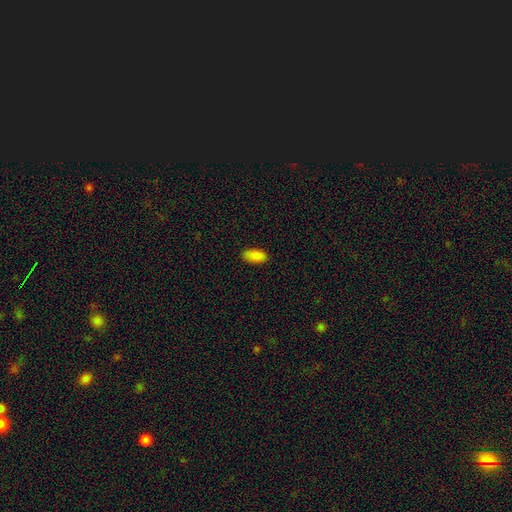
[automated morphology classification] A smooth galaxy with no disk features (88%) that is in between round and cigar-shaped (92%).

Vote fractions:
- Smooth or featured? smooth: 88% / star or artifact: 8% / featured or disk: 4%
- How rounded? in between: 92% / cigar-shaped: 6% / round: 2%
- Merging? none: 87% / minor disturbance: 10% / major disturbance: 2% / merger: 1%